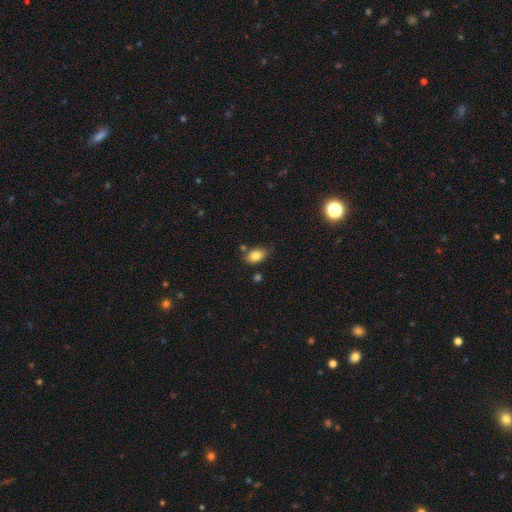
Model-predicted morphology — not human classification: smooth-or-featured: smooth: 82% | featured or disk: 9% | star or artifact: 9%
  how-rounded: in between: 85% | round: 13% | cigar-shaped: 2%
  merging: none: 68% | minor disturbance: 21% | merger: 7% | major disturbance: 4%